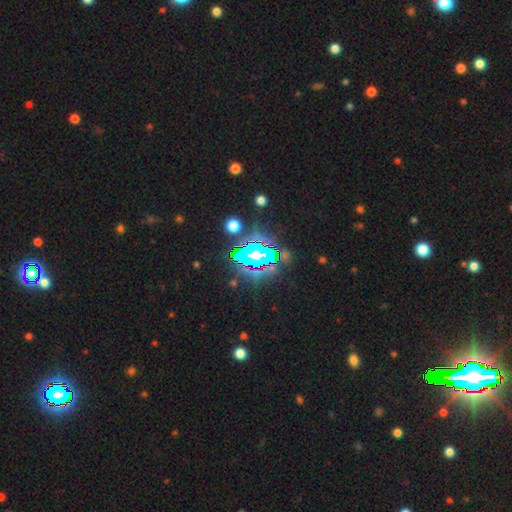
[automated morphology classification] Smooth or featured? star or artifact (80%)